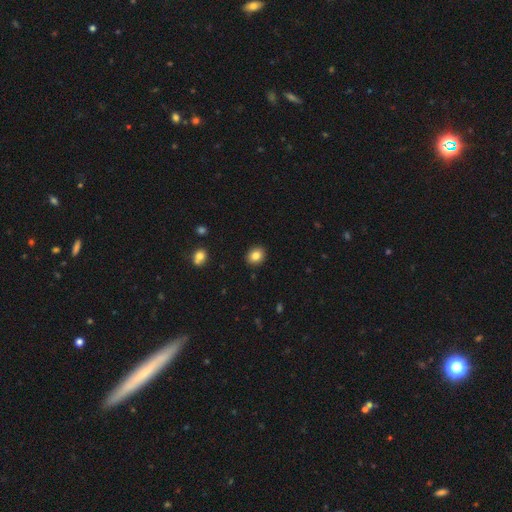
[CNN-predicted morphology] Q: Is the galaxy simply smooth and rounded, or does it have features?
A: smooth — 84%.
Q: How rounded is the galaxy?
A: round — 65%.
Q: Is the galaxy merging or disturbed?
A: none — 91%.